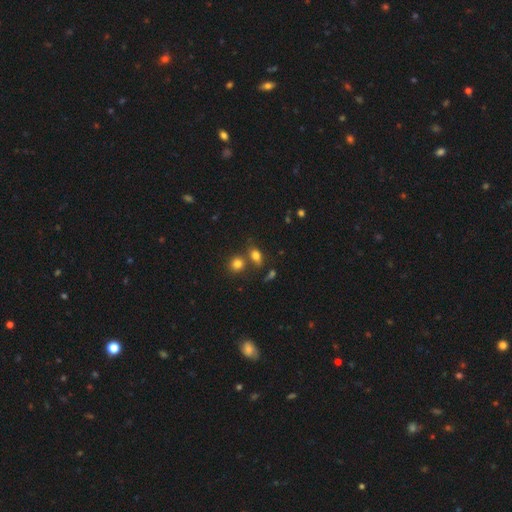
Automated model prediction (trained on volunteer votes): Smooth or featured?
  - smooth: 76% *
  - star or artifact: 13%
  - featured or disk: 11%
How rounded?
  - in between: 73% *
  - round: 22%
  - cigar-shaped: 5%
Merging?
  - none: 62% *
  - merger: 21%
  - minor disturbance: 13%
  - major disturbance: 5%